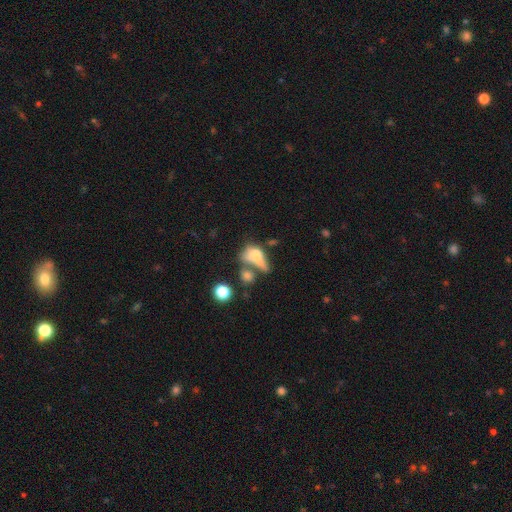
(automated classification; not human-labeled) Smooth or featured?
  - smooth: 55% *
  - featured or disk: 32%
  - star or artifact: 13%
How rounded?
  - in between: 70% *
  - round: 20%
  - cigar-shaped: 10%
Merging?
  - merger: 43% *
  - major disturbance: 25%
  - none: 19%
  - minor disturbance: 13%